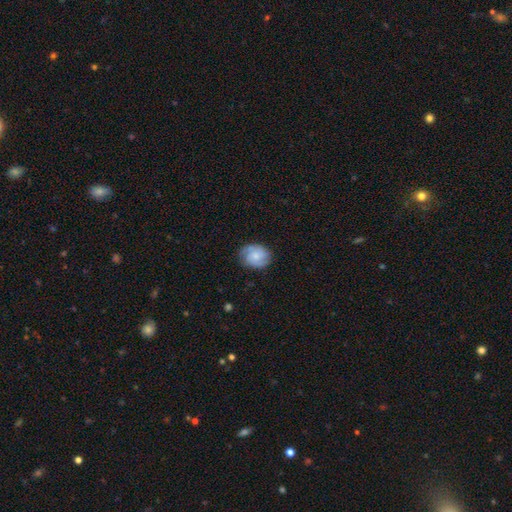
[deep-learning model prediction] This is possibly a featured or disk galaxy (51%). It is clearly not viewed edge-on (97%). Merging: likely none (74%).